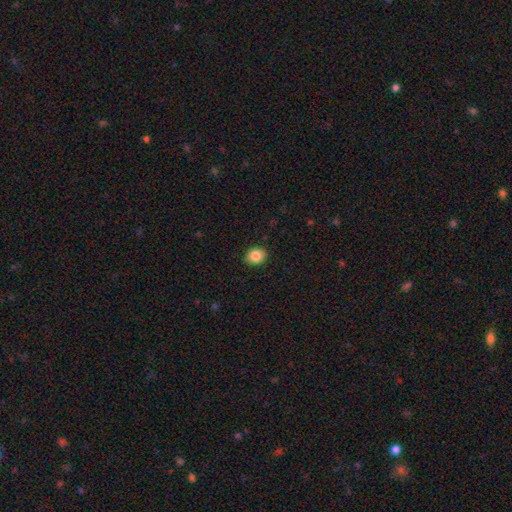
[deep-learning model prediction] smooth-or-featured: smooth: 86% | star or artifact: 9% | featured or disk: 5%
  how-rounded: round: 52% | in between: 48% | cigar-shaped: 1%
  merging: none: 89% | minor disturbance: 8% | major disturbance: 2% | merger: 1%